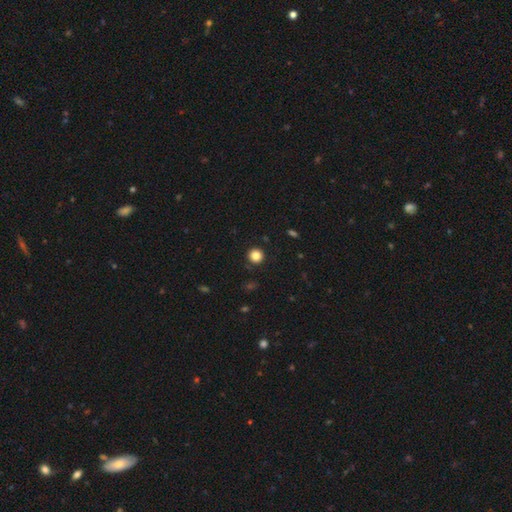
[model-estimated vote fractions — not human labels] Smooth or featured: smooth — 84% (star or artifact — 11%)
How rounded: round — 94% (in between — 5%)
Merging: none — 92% (minor disturbance — 5%)